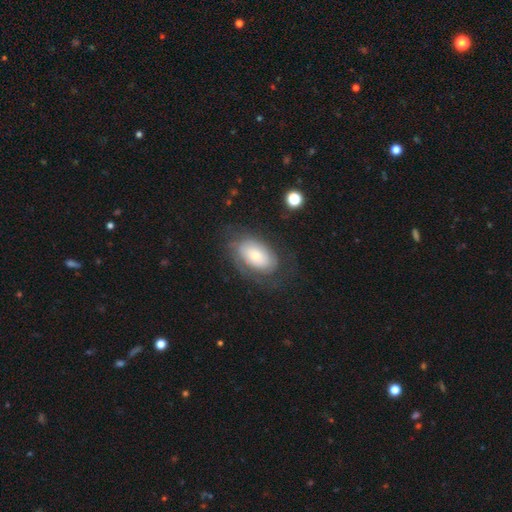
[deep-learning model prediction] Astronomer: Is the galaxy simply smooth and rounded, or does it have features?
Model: smooth — 48% (runner-up: featured or disk, 45%).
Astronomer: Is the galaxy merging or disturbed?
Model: none — 62%.